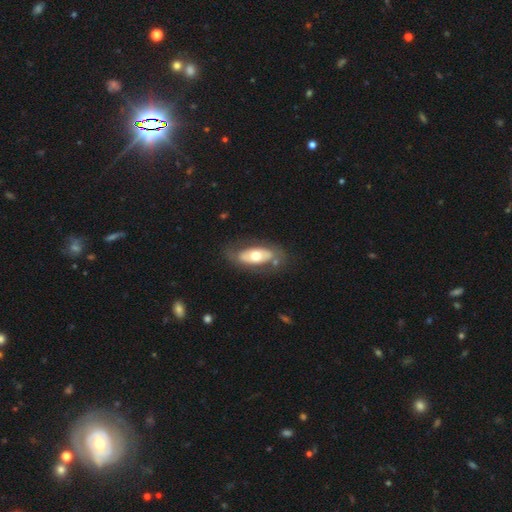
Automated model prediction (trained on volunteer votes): Morphology: type=featured or disk (50%); merging=none (72%).